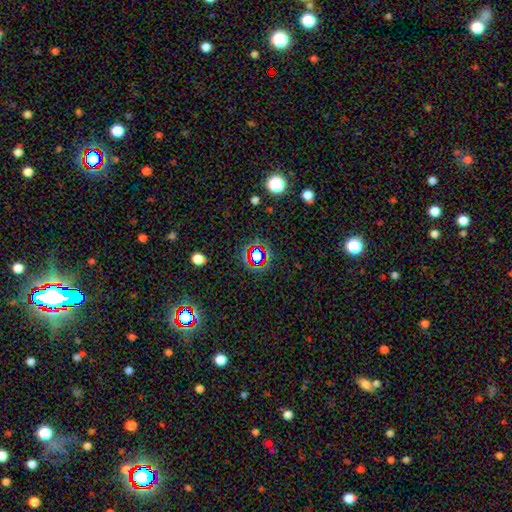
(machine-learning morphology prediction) Smooth or featured? star or artifact (61%)